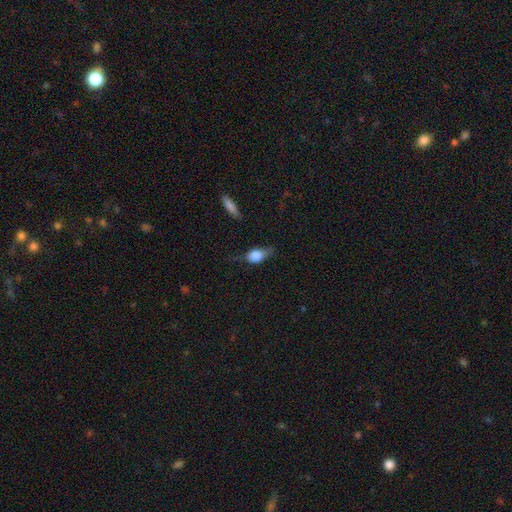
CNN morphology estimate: type=smooth (71%); roundness=in between (71%); merging=none (45%).